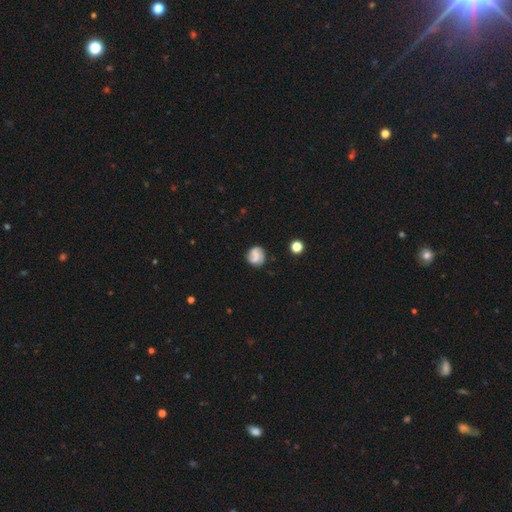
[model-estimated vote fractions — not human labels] Smooth or featured? smooth (51%)
How rounded? round (82%)
Merging? none (72%)